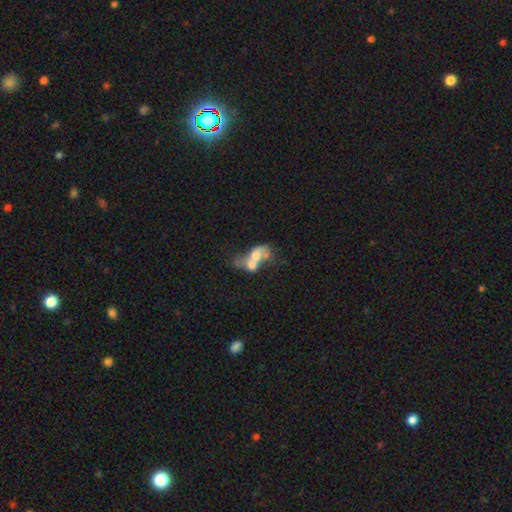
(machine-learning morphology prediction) A smooth galaxy with no disk features (47%).

Vote fractions:
- Smooth or featured? smooth: 47% / featured or disk: 42% / star or artifact: 11%
- Merging? merger: 71% / major disturbance: 12% / none: 11% / minor disturbance: 6%